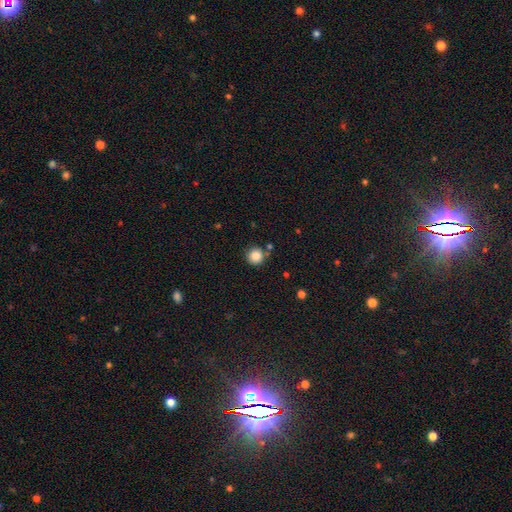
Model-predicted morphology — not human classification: This is clearly a smooth galaxy (85%). How rounded: clearly round (94%). Merging: clearly none (81%).